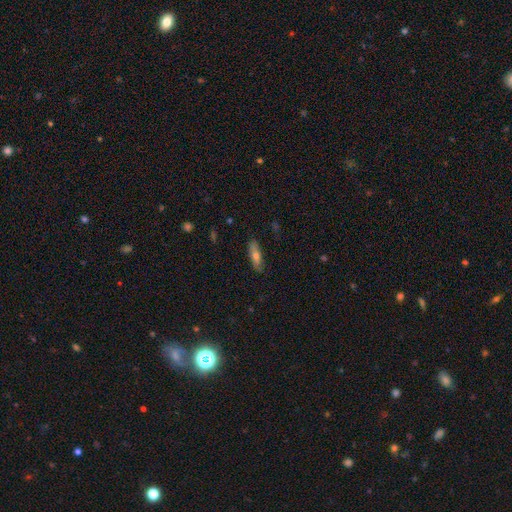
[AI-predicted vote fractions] smooth_or_featured: smooth (p=0.62) [alt: featured or disk p=0.31]
how_rounded: cigar-shaped (p=0.56) [alt: in between p=0.41]
merging: none (p=0.84) [alt: minor disturbance p=0.13]